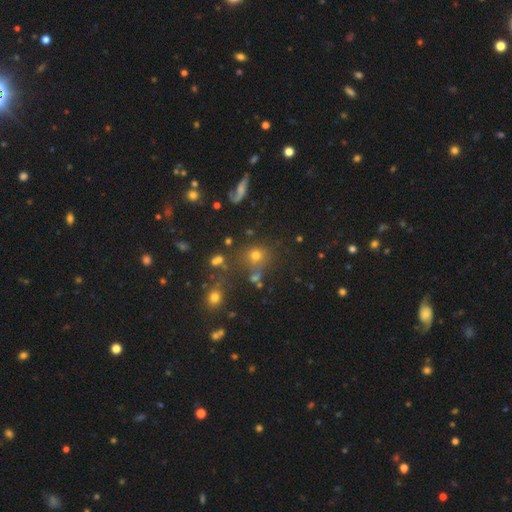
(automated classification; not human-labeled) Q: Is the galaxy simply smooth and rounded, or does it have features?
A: smooth — 65%.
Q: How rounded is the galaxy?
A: round — 85%.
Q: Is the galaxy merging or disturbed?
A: none — 67%.